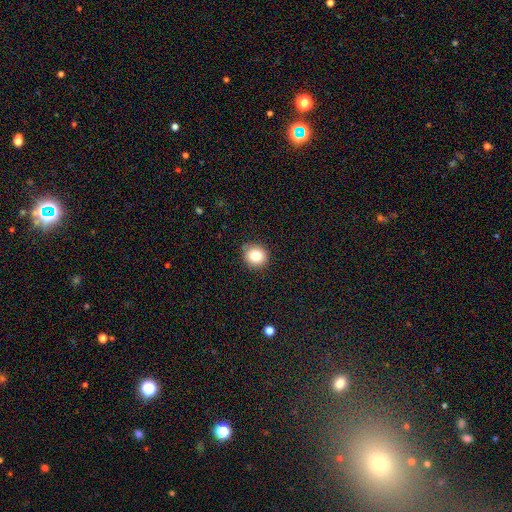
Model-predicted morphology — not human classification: Q: Smooth or featured?
A: smooth (82%); runner-up: star or artifact (11%)
Q: How rounded?
A: round (87%); runner-up: in between (12%)
Q: Merging?
A: none (89%); runner-up: minor disturbance (8%)